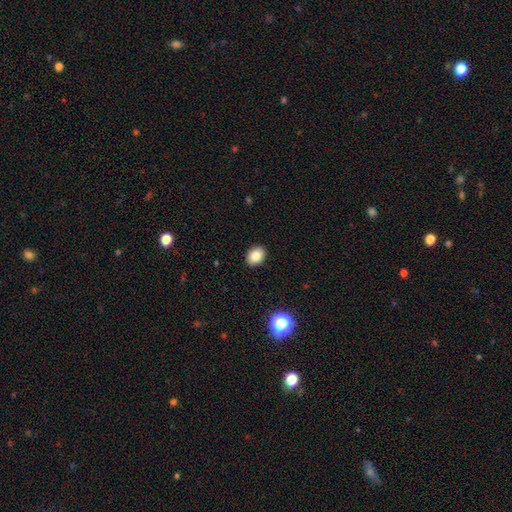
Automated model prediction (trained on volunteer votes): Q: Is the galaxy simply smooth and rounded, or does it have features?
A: smooth — 83%.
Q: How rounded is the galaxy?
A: in between — 64%.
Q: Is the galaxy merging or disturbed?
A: none — 91%.